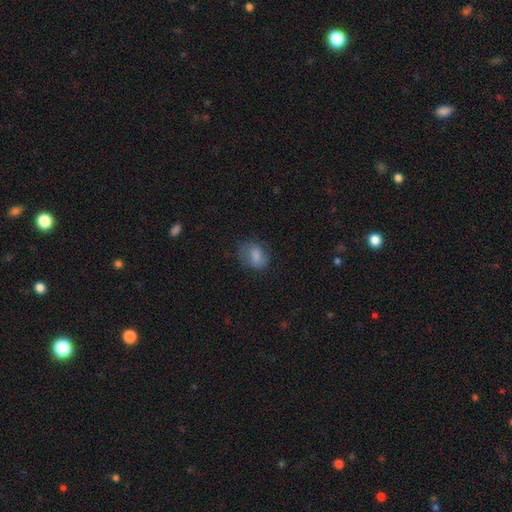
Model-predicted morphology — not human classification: Smooth or featured: smooth — 77% (featured or disk — 14%)
How rounded: in between — 67% (round — 31%)
Merging: none — 65% (minor disturbance — 23%)